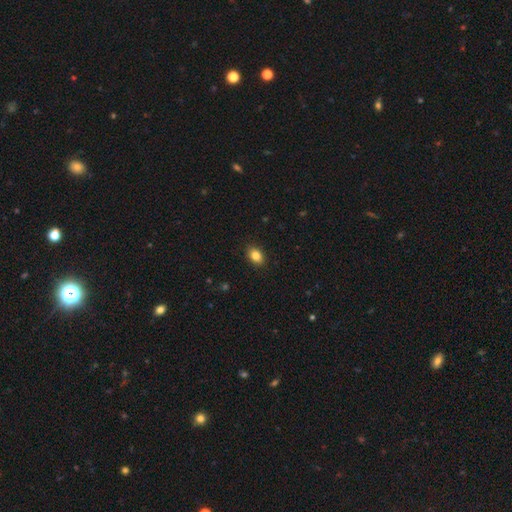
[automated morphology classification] A smooth galaxy with no disk features (84%) that is in between round and cigar-shaped (77%). Merging: none (90%).